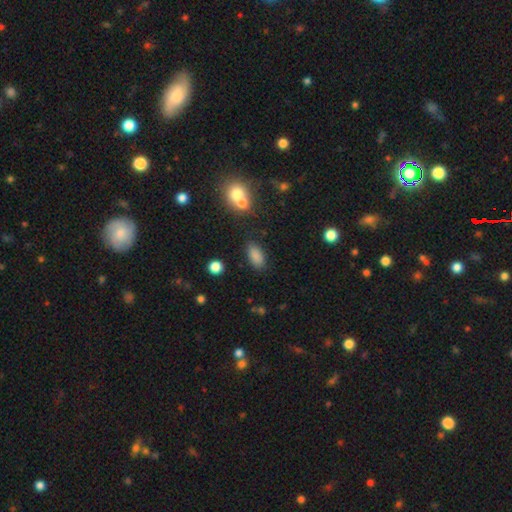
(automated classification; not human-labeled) This is clearly a smooth galaxy (85%). How rounded: clearly in between (91%). Merging: clearly none (83%).